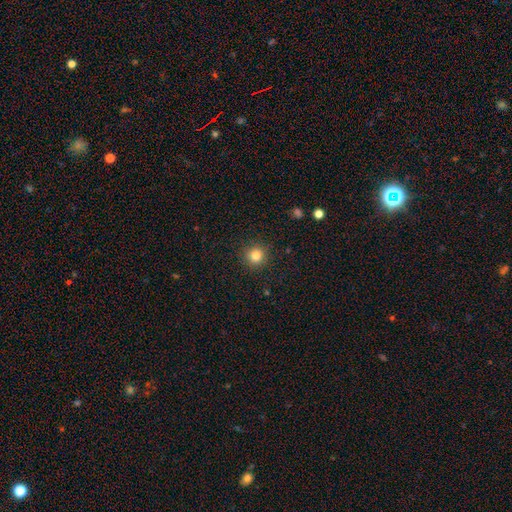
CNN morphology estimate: smooth 83%, star or artifact 12%, featured or disk 5%. Down the decision tree: how rounded — round (94%); merging — none (91%).